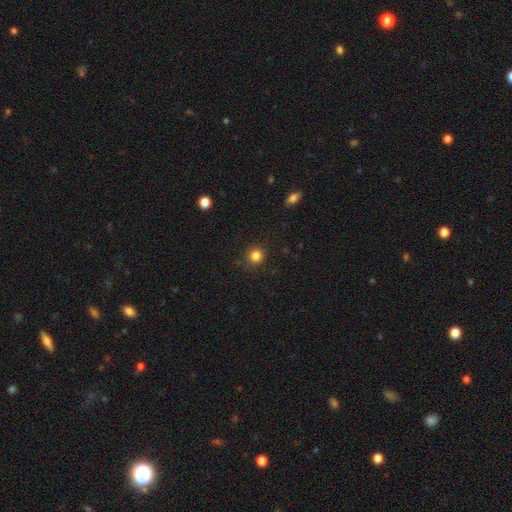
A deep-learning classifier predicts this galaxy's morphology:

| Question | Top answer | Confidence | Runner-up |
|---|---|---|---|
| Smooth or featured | smooth | 83% | star or artifact (12%) |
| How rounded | round | 90% | in between (9%) |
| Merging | none | 89% | minor disturbance (8%) |